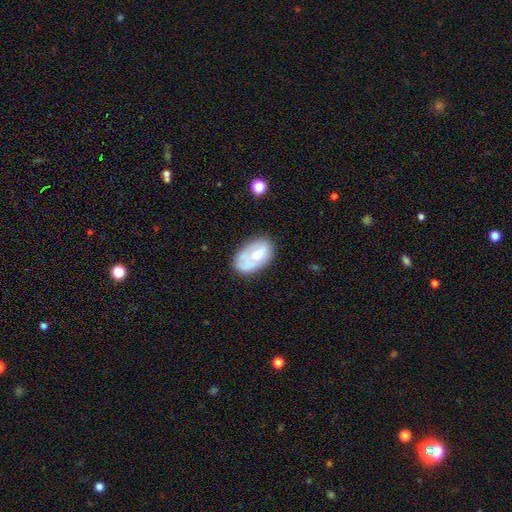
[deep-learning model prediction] smooth-or-featured: smooth: 57% | featured or disk: 35% | star or artifact: 7%
  how-rounded: in between: 91% | round: 8% | cigar-shaped: 1%
  merging: none: 50% | minor disturbance: 28% | major disturbance: 14% | merger: 8%